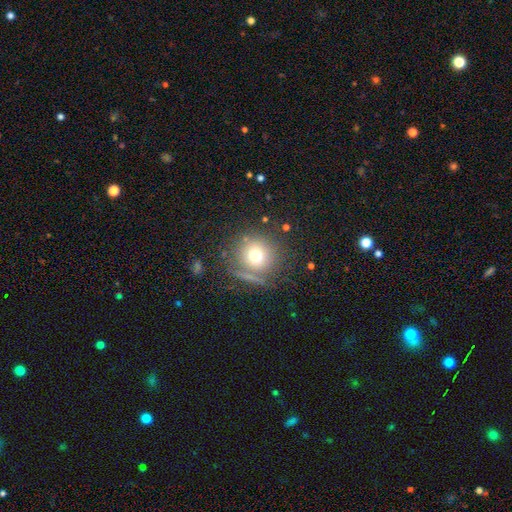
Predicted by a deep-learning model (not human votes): This is likely a smooth galaxy (70%). How rounded: clearly round (93%). Merging: likely none (75%).